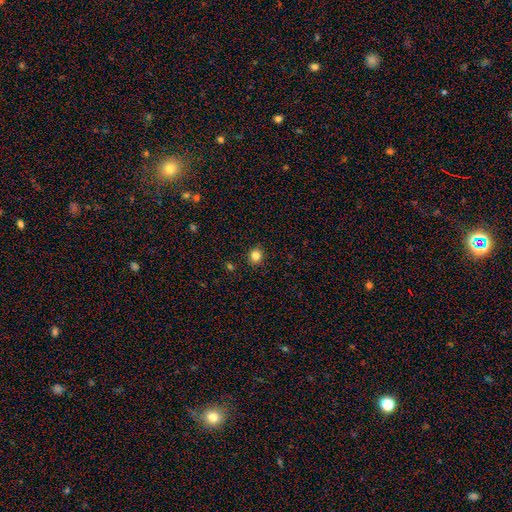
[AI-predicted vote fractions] A smooth galaxy with no disk features (83%) that is round (82%). Merging: none (91%).